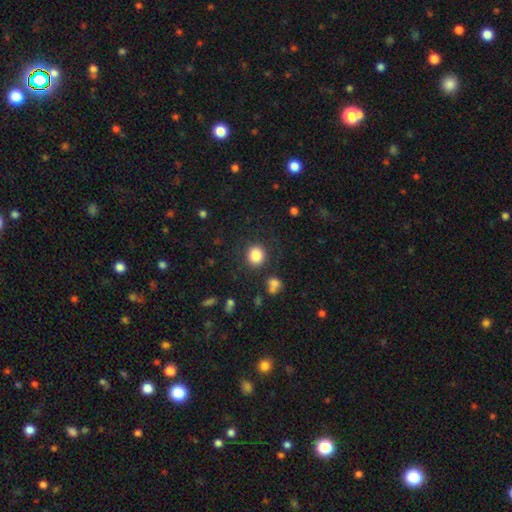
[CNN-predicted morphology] Smooth or featured?
  - smooth: 85% *
  - star or artifact: 10%
  - featured or disk: 4%
How rounded?
  - round: 84% *
  - in between: 15%
  - cigar-shaped: 1%
Merging?
  - none: 85% *
  - minor disturbance: 8%
  - major disturbance: 3%
  - merger: 3%